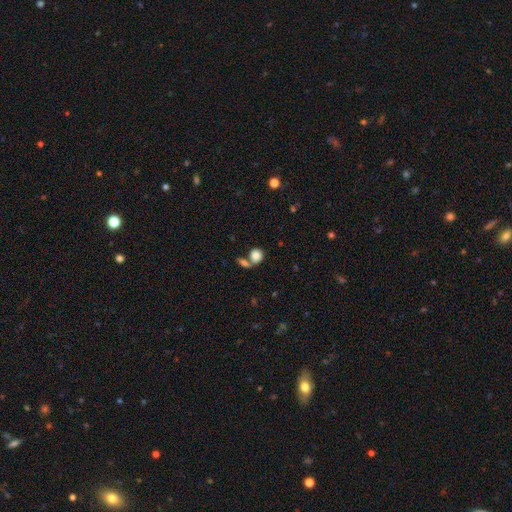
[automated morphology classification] Smooth or featured: smooth — 83% (star or artifact — 9%)
How rounded: round — 69% (in between — 29%)
Merging: none — 43% (merger — 41%)